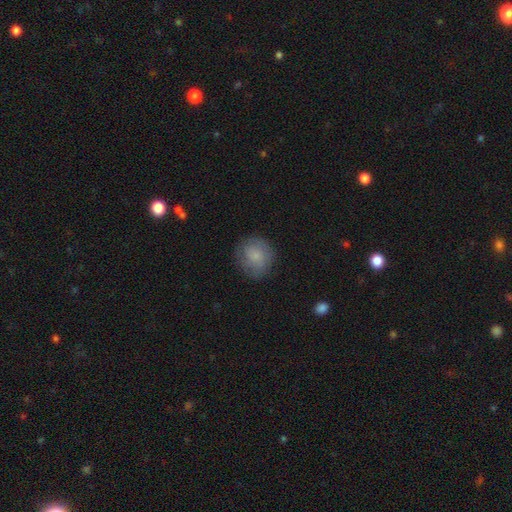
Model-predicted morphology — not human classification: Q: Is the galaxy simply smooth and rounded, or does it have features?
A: smooth — 78%.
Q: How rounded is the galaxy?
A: round — 84%.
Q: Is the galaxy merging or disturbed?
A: none — 78%.